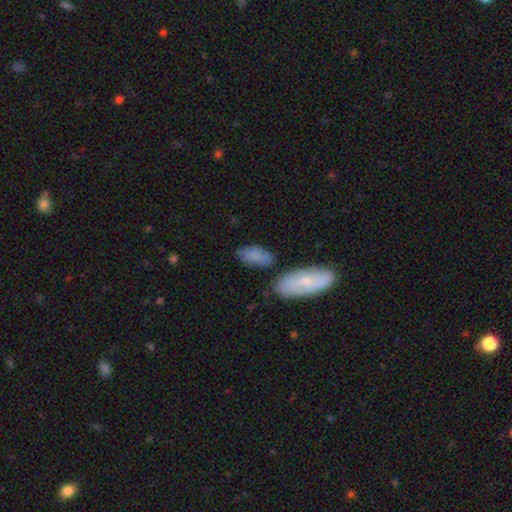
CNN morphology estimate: smooth_or_featured: smooth (p=0.78) [alt: featured or disk p=0.15]
how_rounded: in between (p=0.89) [alt: cigar-shaped p=0.08]
merging: none (p=0.63) [alt: minor disturbance p=0.21]